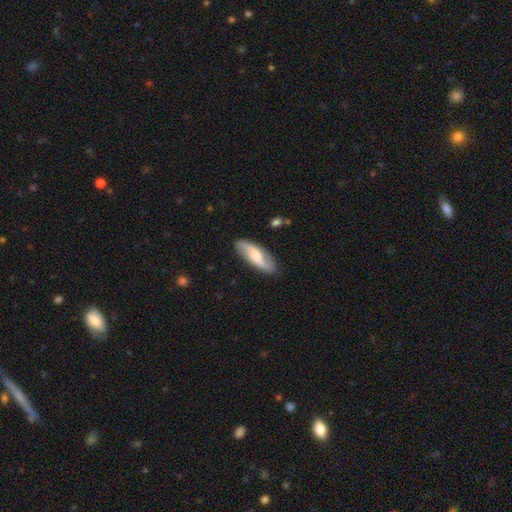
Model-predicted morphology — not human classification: Smooth or featured? featured or disk (52%)
Edge-on disk? no (81%)
Merging? none (83%)